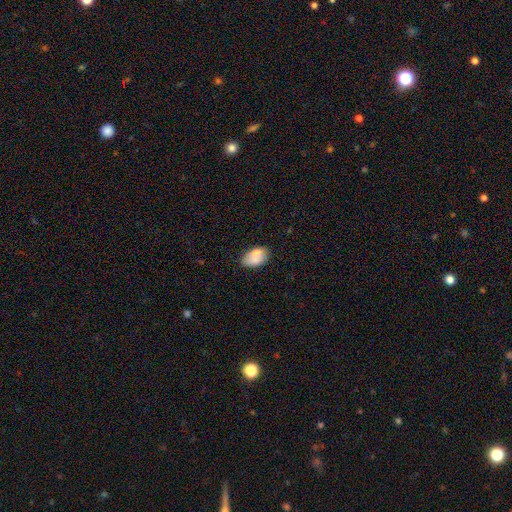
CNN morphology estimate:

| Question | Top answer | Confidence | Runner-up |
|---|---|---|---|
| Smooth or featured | smooth | 74% | featured or disk (18%) |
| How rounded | in between | 90% | round (9%) |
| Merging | none | 57% | minor disturbance (23%) |